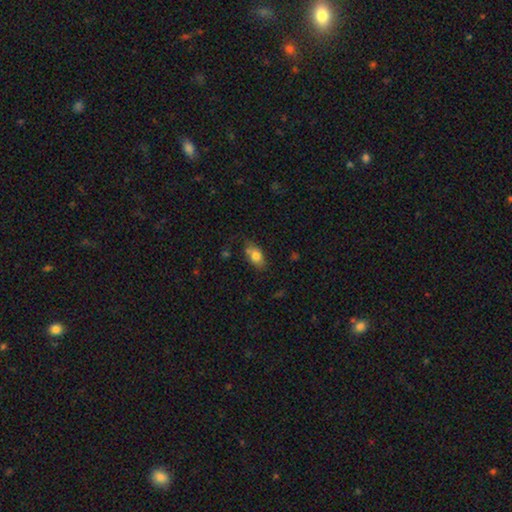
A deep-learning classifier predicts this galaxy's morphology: smooth_or_featured: smooth (p=0.79) [alt: featured or disk p=0.13]
how_rounded: in between (p=0.86) [alt: round p=0.10]
merging: none (p=0.66) [alt: minor disturbance p=0.23]